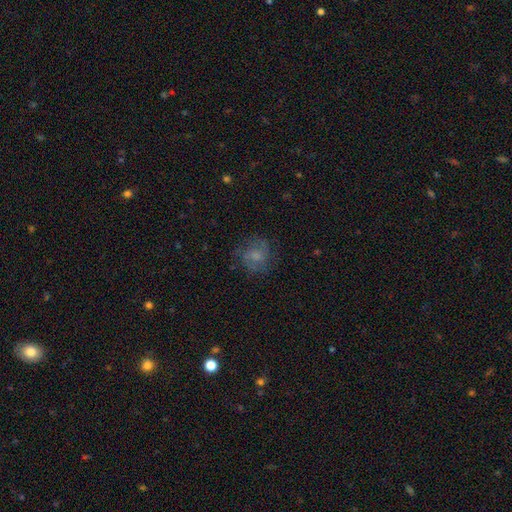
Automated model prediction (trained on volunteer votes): A smooth galaxy with no disk features (47%).

Vote fractions:
- Smooth or featured? smooth: 47% / featured or disk: 41% / star or artifact: 12%
- Merging? none: 71% / minor disturbance: 18% / major disturbance: 10% / merger: 1%